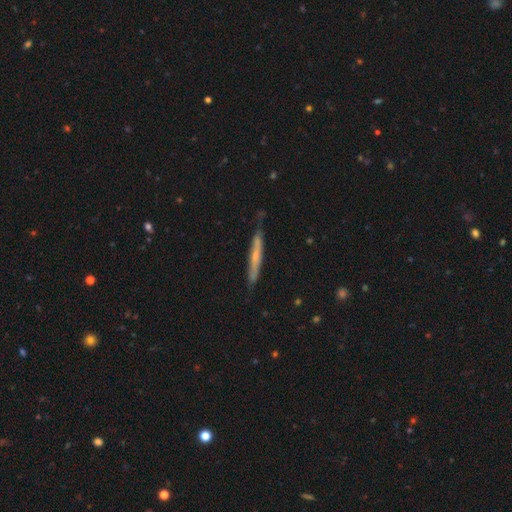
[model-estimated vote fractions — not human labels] featured or disk 47% (tied), smooth 47% (tied), star or artifact 6%. Down the decision tree: merging — none (75%).